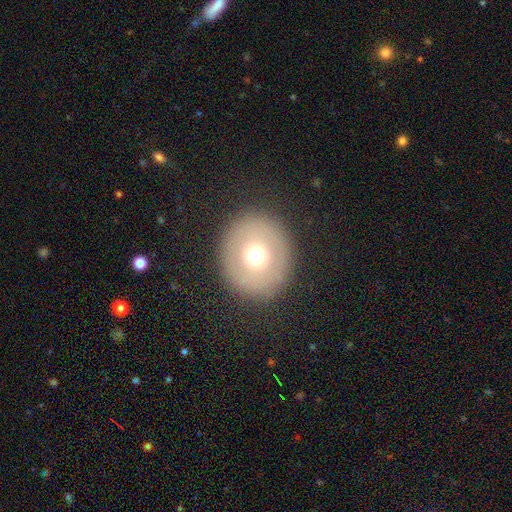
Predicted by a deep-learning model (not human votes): smooth_or_featured: smooth (p=0.63) [alt: featured or disk p=0.24]
how_rounded: round (p=0.85) [alt: in between p=0.14]
merging: none (p=0.87) [alt: minor disturbance p=0.07]